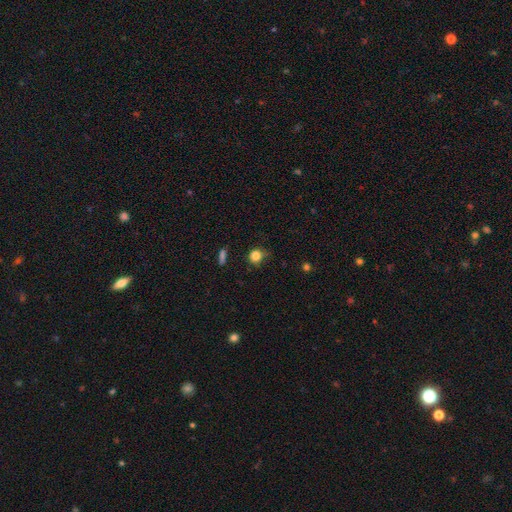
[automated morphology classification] A smooth galaxy with no disk features (83%) that is round (86%).

Vote fractions:
- Smooth or featured? smooth: 83% / star or artifact: 12% / featured or disk: 6%
- How rounded? round: 86% / in between: 12% / cigar-shaped: 1%
- Merging? none: 70% / minor disturbance: 23% / major disturbance: 5% / merger: 2%